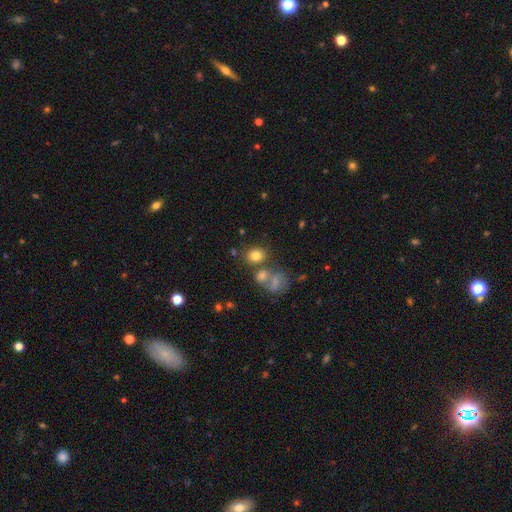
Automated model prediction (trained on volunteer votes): A smooth galaxy with no disk features (78%) that is round (54%).

Vote fractions:
- Smooth or featured? smooth: 78% / star or artifact: 13% / featured or disk: 9%
- How rounded? round: 54% / in between: 45% / cigar-shaped: 1%
- Merging? none: 63% / merger: 20% / minor disturbance: 11% / major disturbance: 5%